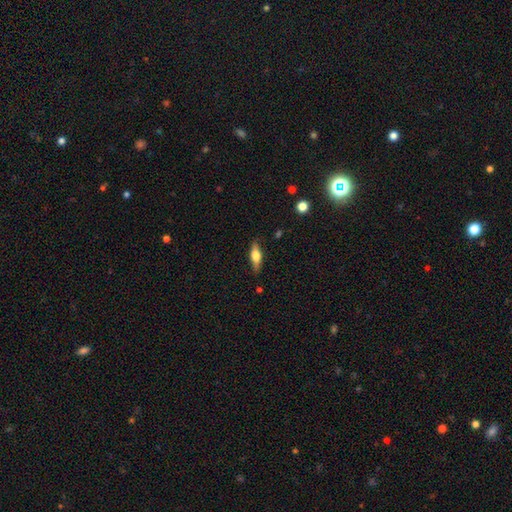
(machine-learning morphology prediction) The model was most divided on "how rounded": in between: 54%, cigar-shaped: 43%, round: 3%. More confident: merging — none (81%); smooth or featured — smooth (53%).